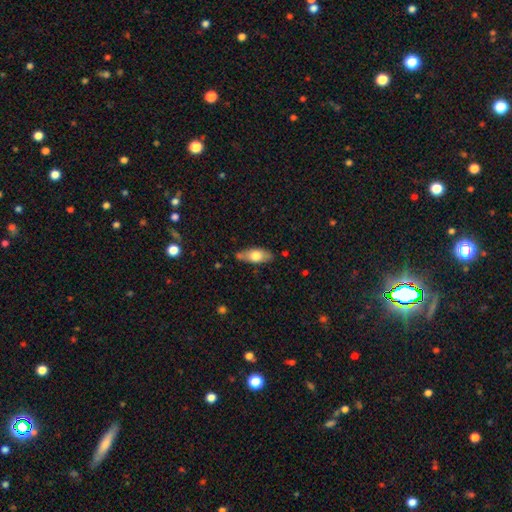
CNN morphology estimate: Overall: smooth (65%; featured or disk 29%). How rounded: in between (80%). Merging: none (76%).